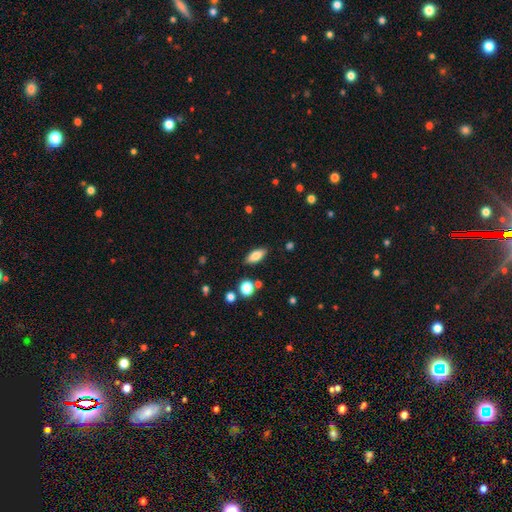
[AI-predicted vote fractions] This appears to be a smooth galaxy with no disk features (78%) that is in between round and cigar-shaped (80%). Merging: none (85%).